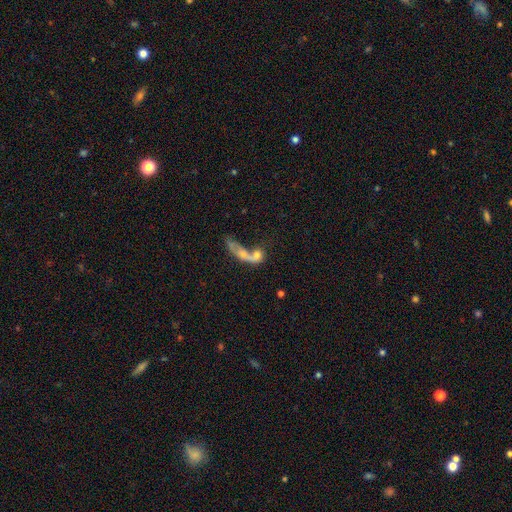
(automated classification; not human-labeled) A smooth galaxy with no disk features (51%) that is in between round and cigar-shaped (50%).

Vote fractions:
- Smooth or featured? smooth: 51% / featured or disk: 39% / star or artifact: 10%
- How rounded? in between: 50% / cigar-shaped: 27% / round: 23%
- Merging? merger: 60% / major disturbance: 18% / none: 15% / minor disturbance: 8%